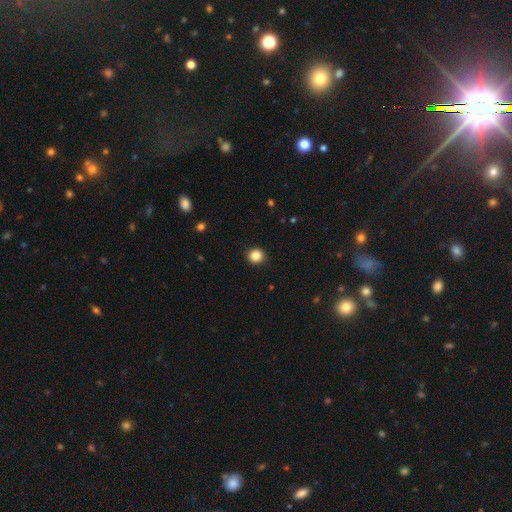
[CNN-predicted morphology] This is clearly a smooth galaxy (86%). How rounded: clearly round (91%). Merging: clearly none (92%).